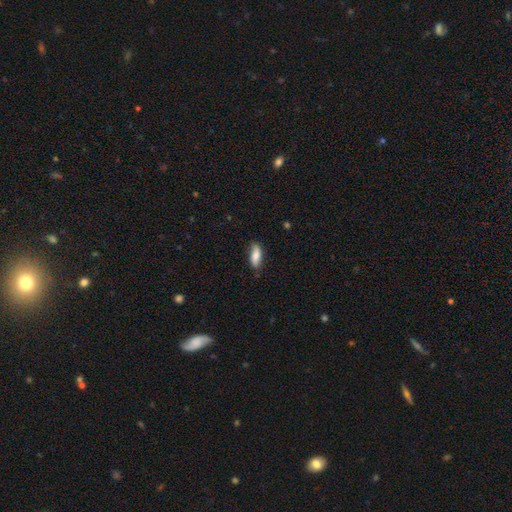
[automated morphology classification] smooth 74%, featured or disk 20%, star or artifact 7%. Down the decision tree: how rounded — in between (75%); merging — none (75%).